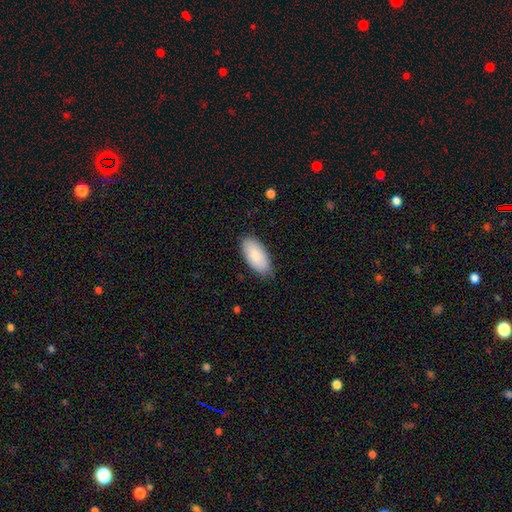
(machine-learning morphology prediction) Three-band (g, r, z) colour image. It shows a smooth galaxy with no disk features (84%) that is in between round and cigar-shaped (94%). Merging: none (83%).